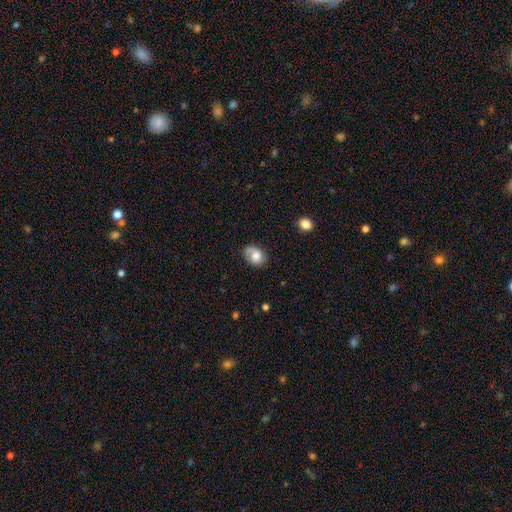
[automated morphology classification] This is possibly a smooth galaxy (59%). How rounded: possibly in between (54%). Merging: likely none (62%).